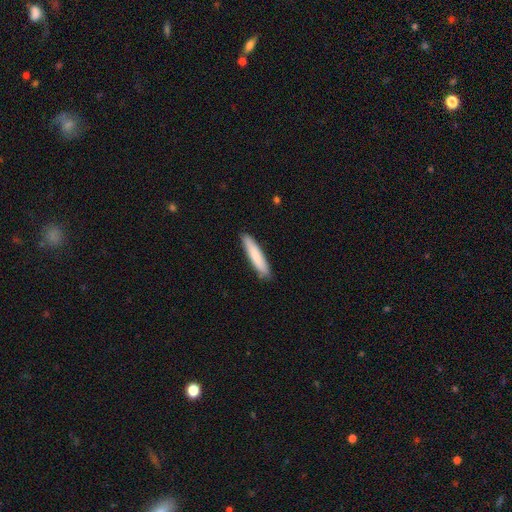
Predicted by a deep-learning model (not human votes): A smooth galaxy with no disk features (83%) that is cigar-shaped (89%). Merging: none (87%).